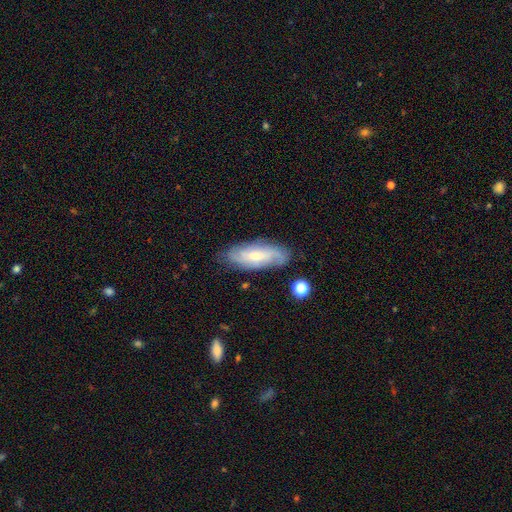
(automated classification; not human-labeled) Smooth or featured?
  - featured or disk: 61% *
  - smooth: 32%
  - star or artifact: 7%
Edge-on disk?
  - no: 85% *
  - yes: 15%
Bar?
  - no: 48% *
  - weak: 41%
  - strong: 11%
Spiral arms?
  - yes: 88% *
  - no: 12%
Bulge size?
  - moderate: 46% *
  - small: 45%
  - large: 4%
  - none: 4%
  - dominant: 1%
Merging?
  - none: 77% *
  - minor disturbance: 17%
  - major disturbance: 4%
  - merger: 2%